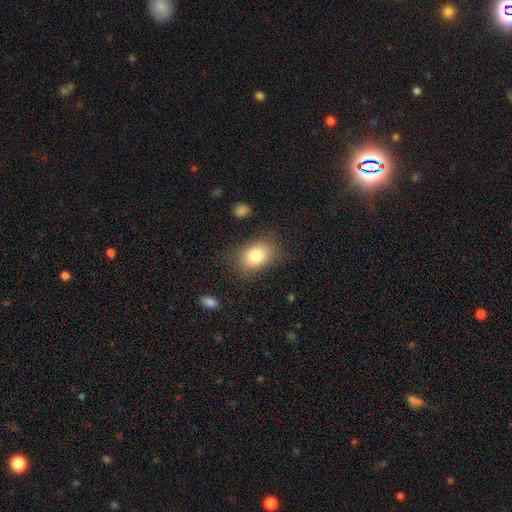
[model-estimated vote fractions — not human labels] smooth_or_featured: smooth (p=0.80) [alt: featured or disk p=0.11]
how_rounded: in between (p=0.74) [alt: round p=0.25]
merging: none (p=0.76) [alt: minor disturbance p=0.16]